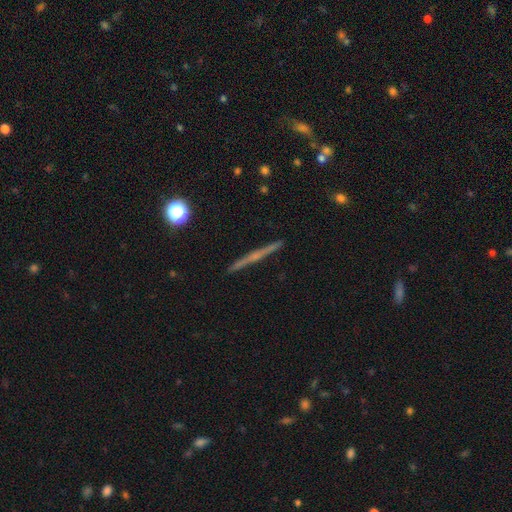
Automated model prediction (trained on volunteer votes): A featured or disk galaxy (68%) viewed edge-on (98%) with a rounded central bulge (47%).

Vote fractions:
- Smooth or featured? featured or disk: 68% / smooth: 24% / star or artifact: 9%
- Edge-on disk? yes: 98% / no: 2%
- Edge-on bulge? rounded: 47% / none: 46% / boxy: 8%
- Merging? none: 92% / minor disturbance: 6% / major disturbance: 1% / merger: 1%